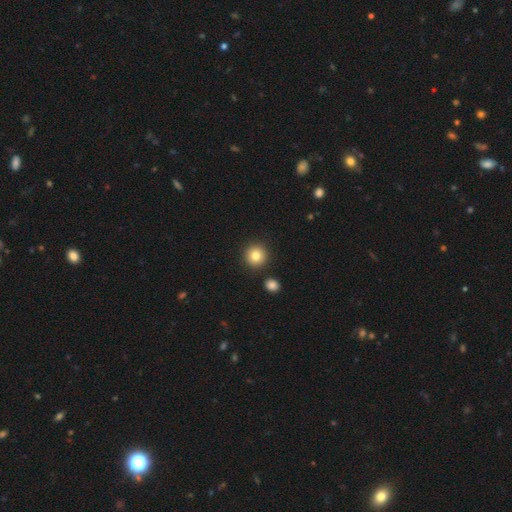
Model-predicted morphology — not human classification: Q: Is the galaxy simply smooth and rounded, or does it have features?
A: smooth — 82%.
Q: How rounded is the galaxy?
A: round — 94%.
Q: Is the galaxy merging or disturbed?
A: none — 89%.